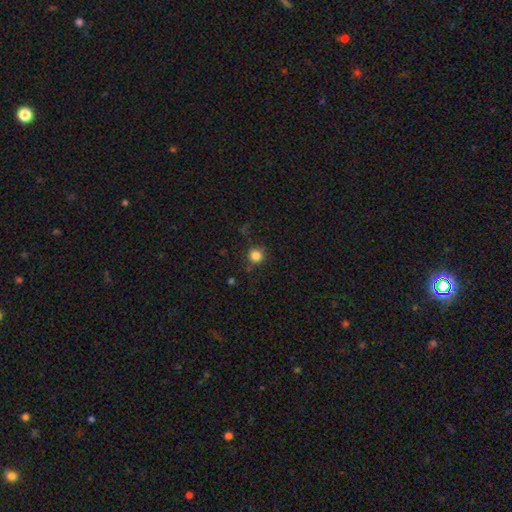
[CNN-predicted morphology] A smooth galaxy with no disk features (83%) that is round (95%).

Vote fractions:
- Smooth or featured? smooth: 83% / star or artifact: 13% / featured or disk: 4%
- How rounded? round: 95% / in between: 4% / cigar-shaped: 1%
- Merging? none: 86% / minor disturbance: 9% / major disturbance: 3% / merger: 2%